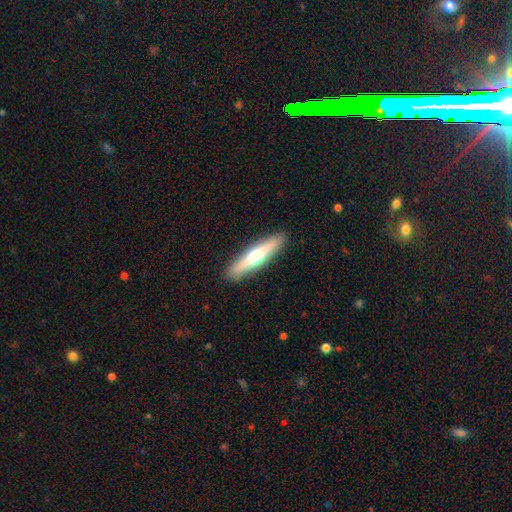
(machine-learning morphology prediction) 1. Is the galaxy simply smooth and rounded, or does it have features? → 50% featured or disk, 44% smooth, 6% star or artifact.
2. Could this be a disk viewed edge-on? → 92% yes, 8% no.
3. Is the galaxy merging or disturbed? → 90% none, 7% minor disturbance, 2% major disturbance, 1% merger.